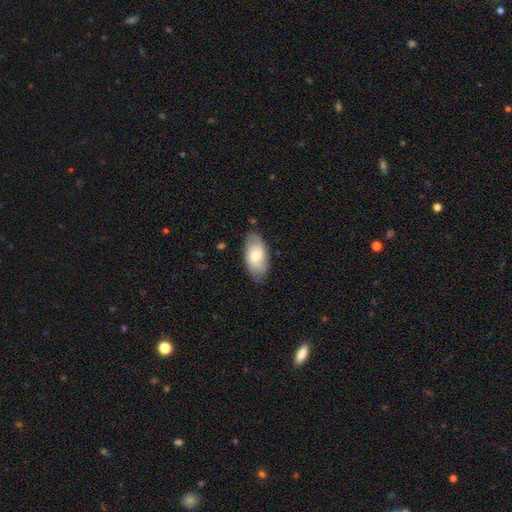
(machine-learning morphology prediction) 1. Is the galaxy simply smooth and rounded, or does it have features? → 61% smooth, 33% featured or disk, 6% star or artifact.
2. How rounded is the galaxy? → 92% in between, 5% cigar-shaped, 3% round.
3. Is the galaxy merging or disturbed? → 77% none, 18% minor disturbance, 4% major disturbance, 1% merger.